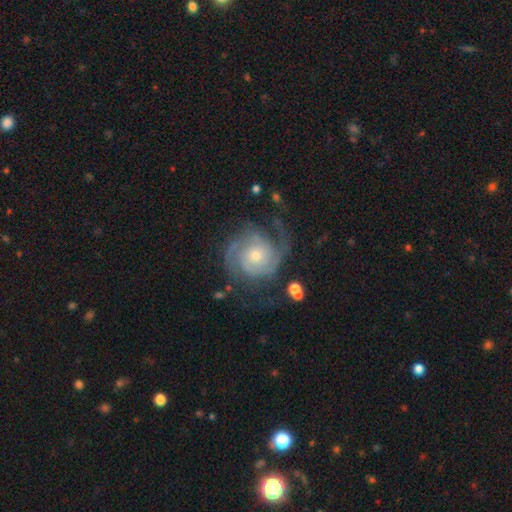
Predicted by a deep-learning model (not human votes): Overall: featured or disk (89%). Edge-on disk: no (98%). Bar: no (73%). Spiral arms: yes (97%). Spiral arm count: 2 (56%; 3 19%). Spiral winding: tight (56%; medium 35%). Bulge size: small (50%; moderate 44%). Merging: none (67%).